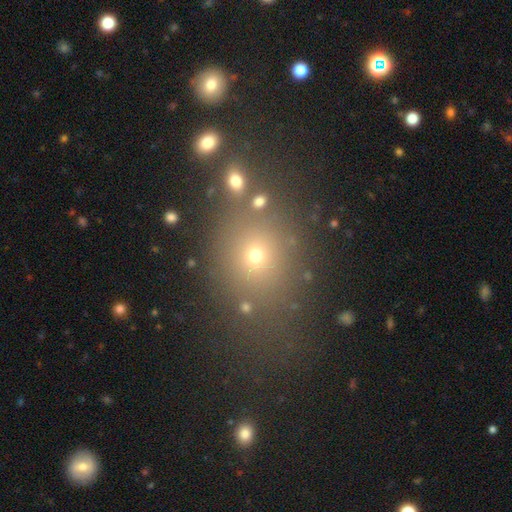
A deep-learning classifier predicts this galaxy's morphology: smooth_or_featured: smooth (p=0.59) [alt: star or artifact p=0.29]
how_rounded: round (p=0.56) [alt: in between p=0.42]
merging: none (p=0.76) [alt: minor disturbance p=0.11]